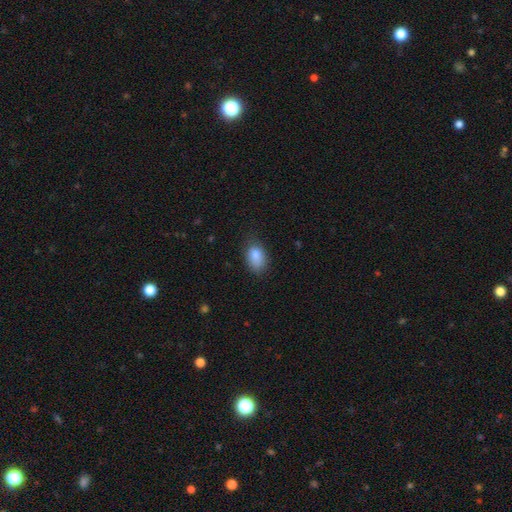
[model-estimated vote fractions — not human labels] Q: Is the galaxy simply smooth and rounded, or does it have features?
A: smooth — 84%.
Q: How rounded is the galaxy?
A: in between — 85%.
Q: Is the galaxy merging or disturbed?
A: none — 69%.